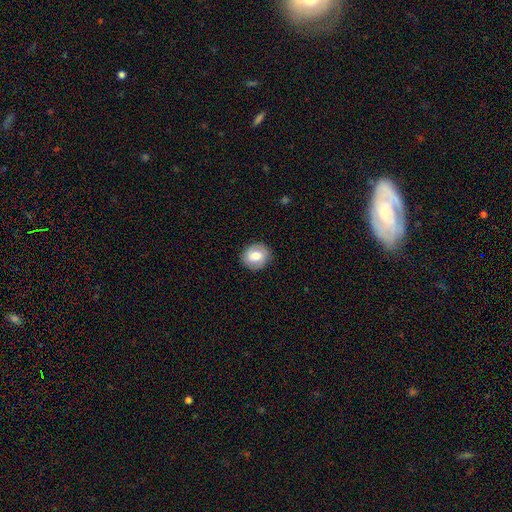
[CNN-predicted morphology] This appears to be a smooth galaxy with no disk features (64%) that is round (79%). Merging: none (87%).